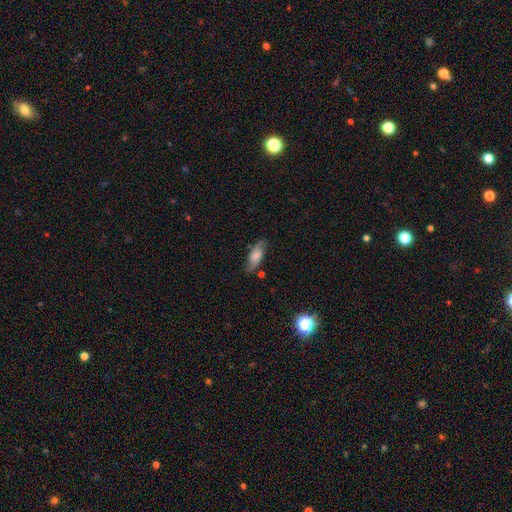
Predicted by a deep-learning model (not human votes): smooth 61%, featured or disk 31%, star or artifact 8%. Down the decision tree: how rounded — in between (67%); merging — none (74%).